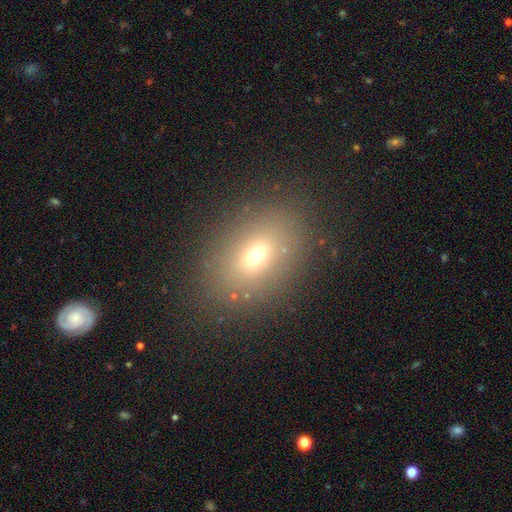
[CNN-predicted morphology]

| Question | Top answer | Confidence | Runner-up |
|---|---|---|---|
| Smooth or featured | smooth | 67% | star or artifact (18%) |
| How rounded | in between | 71% | round (27%) |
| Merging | none | 84% | minor disturbance (9%) |